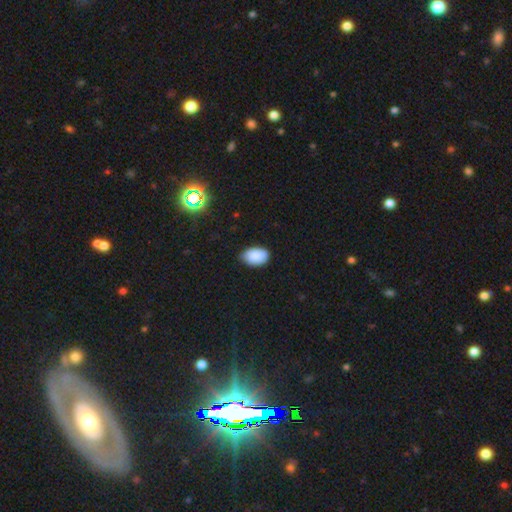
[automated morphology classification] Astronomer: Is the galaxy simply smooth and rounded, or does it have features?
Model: smooth — 87%.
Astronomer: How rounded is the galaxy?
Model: in between — 89%.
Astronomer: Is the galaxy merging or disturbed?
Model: none — 73%.